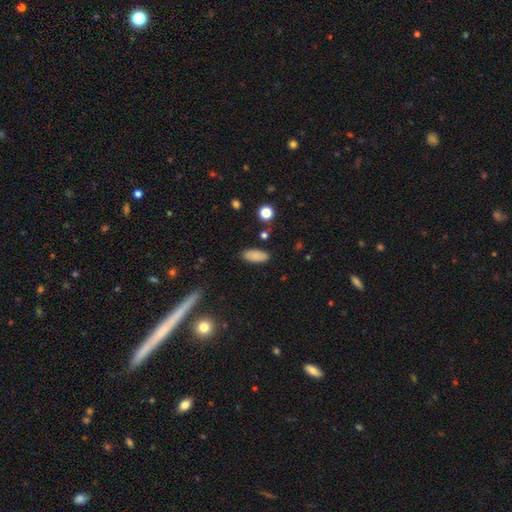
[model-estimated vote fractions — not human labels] This appears to be a smooth galaxy with no disk features (85%) that is in between round and cigar-shaped (86%). Merging: none (85%).